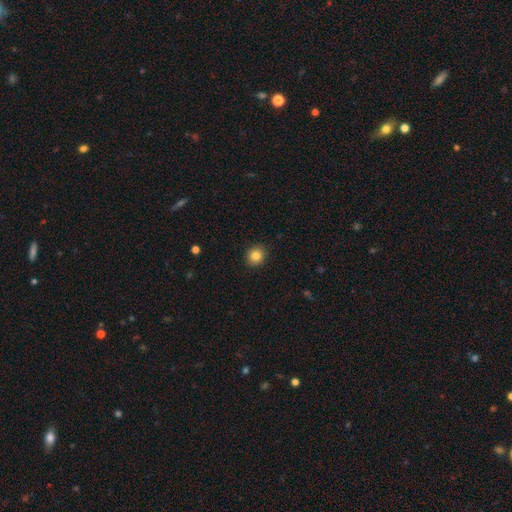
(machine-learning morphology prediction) Overall: smooth (84%). How rounded: round (85%). Merging: none (91%).